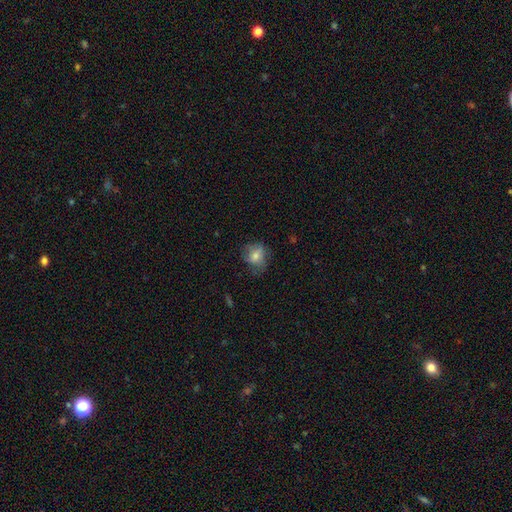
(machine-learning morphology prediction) A smooth galaxy with no disk features (65%) that is round (61%).

Vote fractions:
- Smooth or featured? smooth: 65% / featured or disk: 24% / star or artifact: 11%
- How rounded? round: 61% / in between: 38% / cigar-shaped: 1%
- Merging? none: 57% / minor disturbance: 26% / major disturbance: 15% / merger: 1%